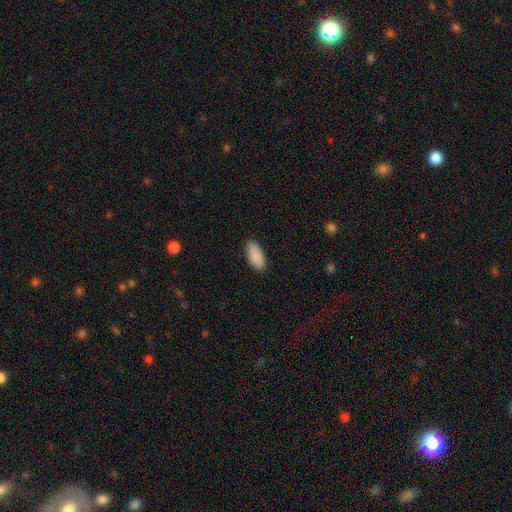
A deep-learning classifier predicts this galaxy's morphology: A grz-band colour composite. It shows a smooth galaxy with no disk features (90%) that is in between round and cigar-shaped (88%). Merging: none (87%).